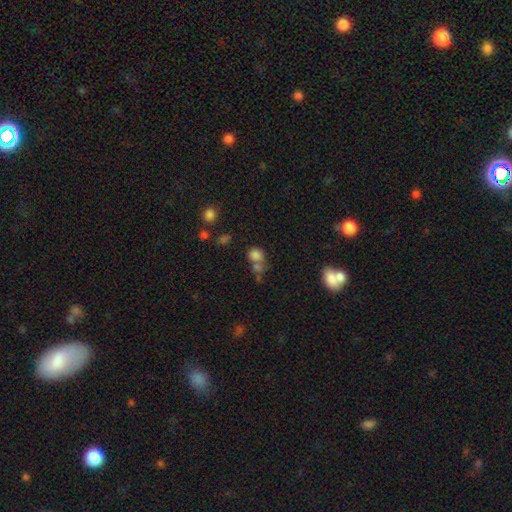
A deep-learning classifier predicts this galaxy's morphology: smooth 78%, star or artifact 14%, featured or disk 8%. Down the decision tree: how rounded — round (65%); merging — none (43%).